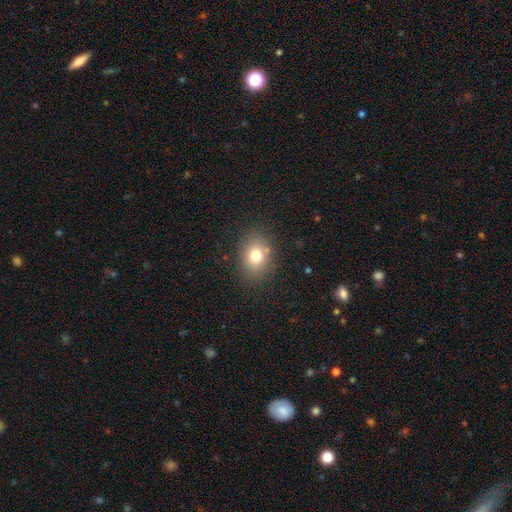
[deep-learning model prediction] Smooth or featured? smooth (76%)
How rounded? in between (61%)
Merging? none (83%)